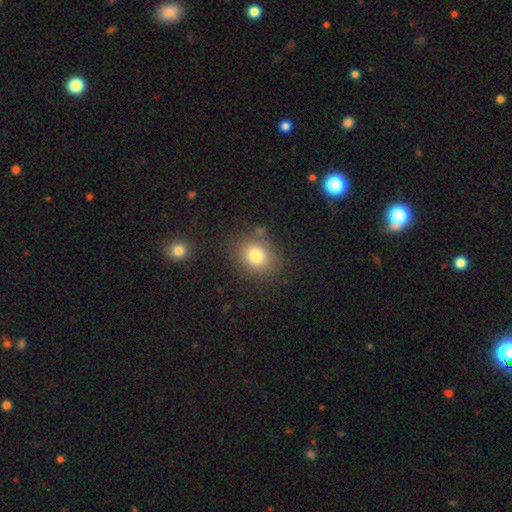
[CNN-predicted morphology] Smooth or featured?
  - smooth: 80% *
  - star or artifact: 12%
  - featured or disk: 9%
How rounded?
  - round: 63% *
  - in between: 36%
  - cigar-shaped: 1%
Merging?
  - none: 81% *
  - minor disturbance: 11%
  - merger: 4%
  - major disturbance: 4%